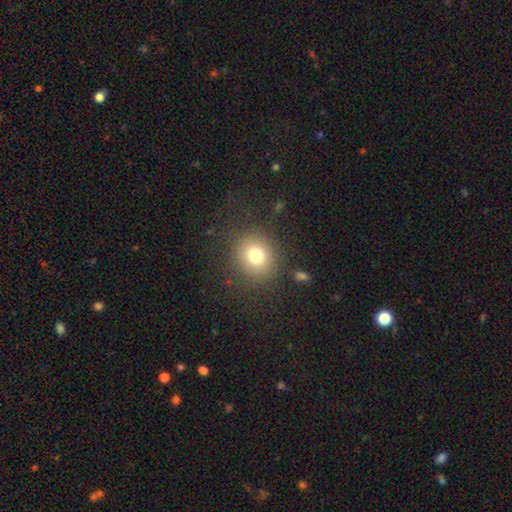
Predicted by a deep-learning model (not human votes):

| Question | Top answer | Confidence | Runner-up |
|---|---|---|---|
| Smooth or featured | smooth | 76% | star or artifact (13%) |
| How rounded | round | 84% | in between (15%) |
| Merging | none | 84% | minor disturbance (9%) |